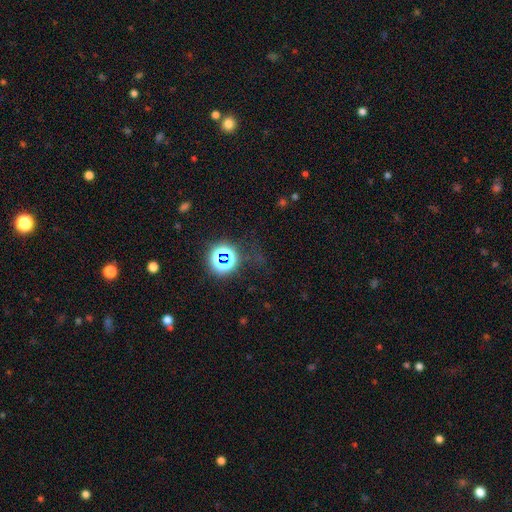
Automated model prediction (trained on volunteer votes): This appears to be a star or artifact, not a galaxy (78%).